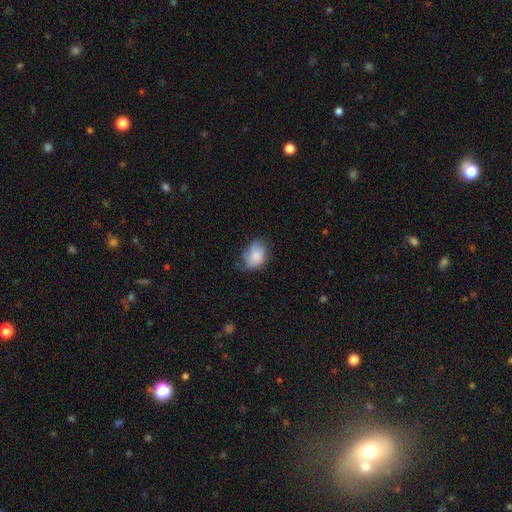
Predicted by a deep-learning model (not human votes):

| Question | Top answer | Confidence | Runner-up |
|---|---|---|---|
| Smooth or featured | smooth | 80% | featured or disk (12%) |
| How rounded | in between | 76% | round (22%) |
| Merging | none | 51% | minor disturbance (36%) |